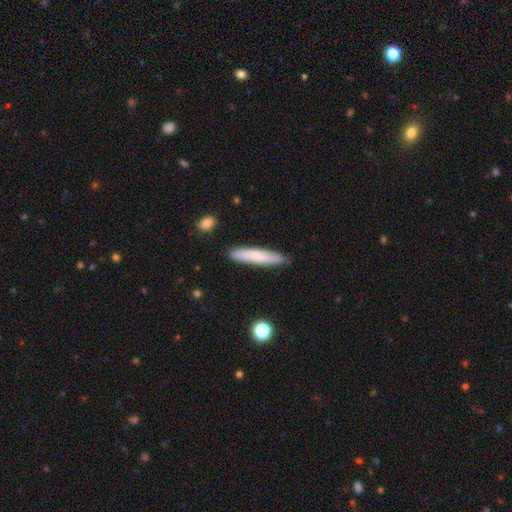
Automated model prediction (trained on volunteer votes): This is likely a smooth galaxy (72%). How rounded: clearly cigar-shaped (88%). Merging: clearly none (86%).